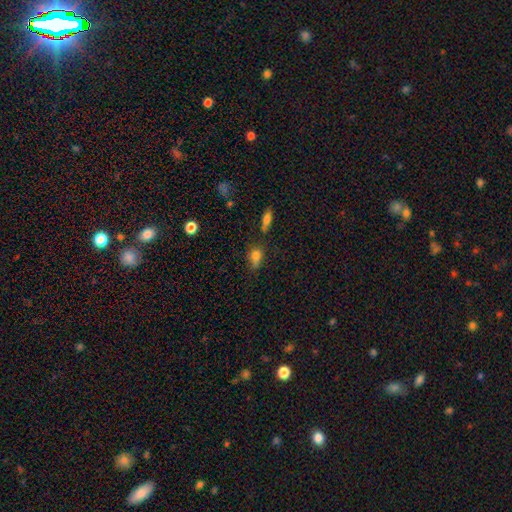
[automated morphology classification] Smooth or featured: smooth — 76% (star or artifact — 13%)
How rounded: in between — 61% (round — 32%)
Merging: none — 51% (minor disturbance — 30%)